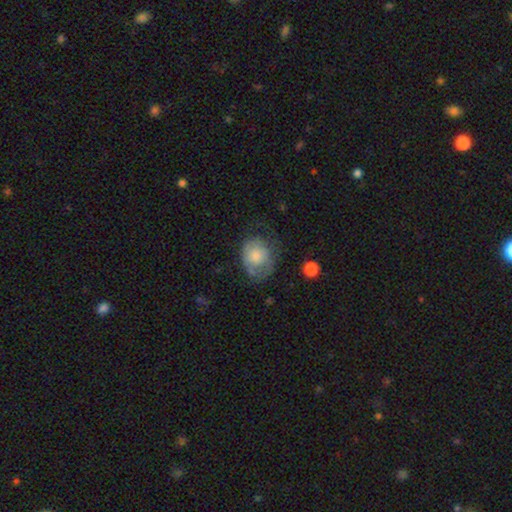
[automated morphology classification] The model was most divided on "how rounded": round: 51%, in between: 48%, cigar-shaped: 1%. Remaining: smooth or featured — smooth (66%); merging — none (47%).